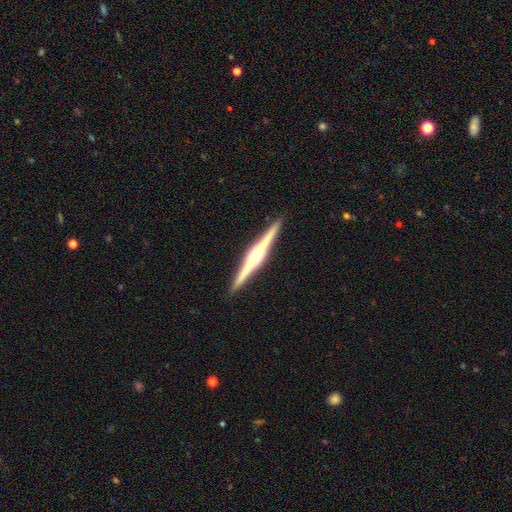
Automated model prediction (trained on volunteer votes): Q: Smooth or featured?
A: featured or disk (86%); runner-up: smooth (9%)
Q: Edge-on disk?
A: yes (99%); runner-up: no (1%)
Q: Edge-on bulge?
A: rounded (89%); runner-up: boxy (8%)
Q: Merging?
A: none (93%); runner-up: minor disturbance (5%)